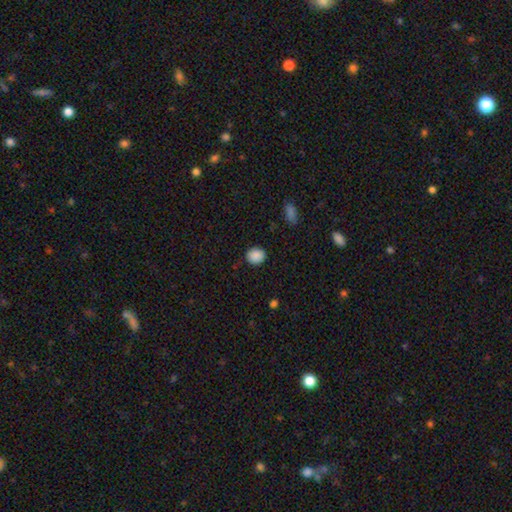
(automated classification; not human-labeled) The model was most divided on "how rounded": round: 69%, in between: 30%, cigar-shaped: 1%. More confident: smooth or featured — smooth (89%); merging — none (88%).